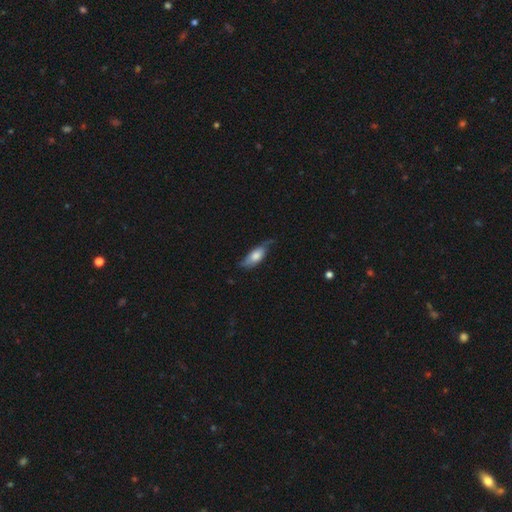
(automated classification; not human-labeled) This appears to be a smooth galaxy with no disk features (57%) that is in between round and cigar-shaped (73%). Merging: none (51%).